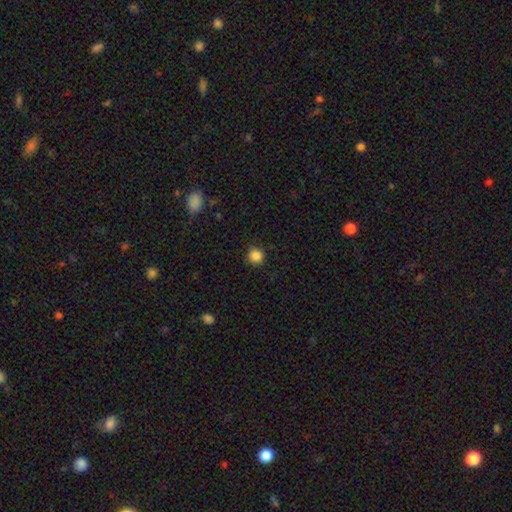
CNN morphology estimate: Overall: smooth (86%). How rounded: round (95%). Merging: none (90%).